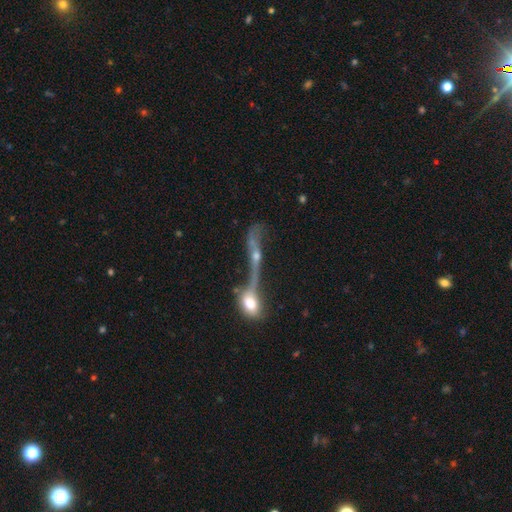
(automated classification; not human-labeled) A featured or disk galaxy (49%). Merging: merger (50%).